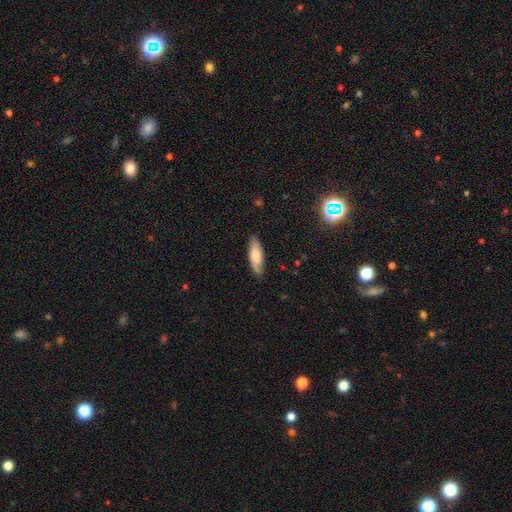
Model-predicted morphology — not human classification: This is likely a smooth galaxy (72%). How rounded: possibly in between (57%). Merging: clearly none (82%).